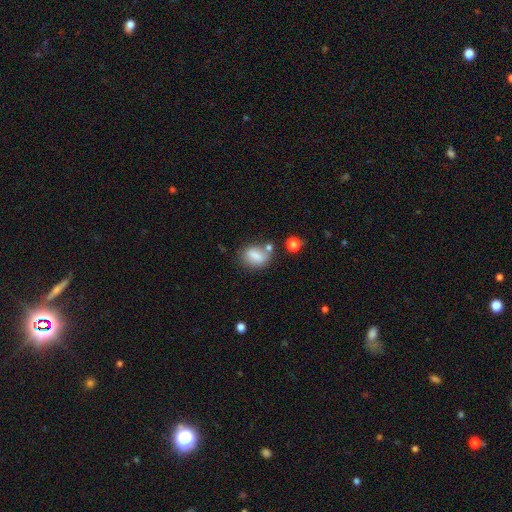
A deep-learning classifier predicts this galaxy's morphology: Q: Smooth or featured?
A: smooth (77%); runner-up: featured or disk (13%)
Q: How rounded?
A: in between (71%); runner-up: round (23%)
Q: Merging?
A: none (55%); runner-up: minor disturbance (20%)